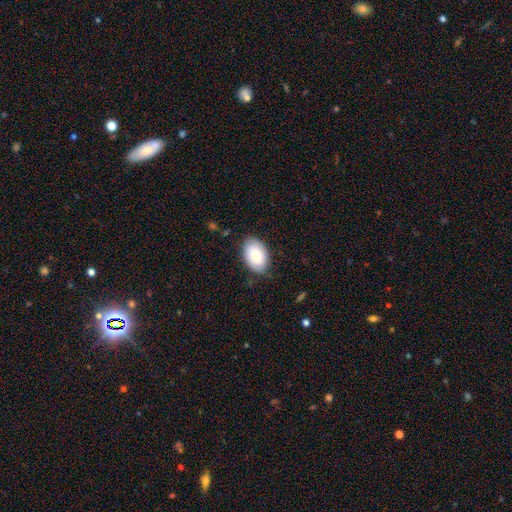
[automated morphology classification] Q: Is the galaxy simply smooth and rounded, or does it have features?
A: smooth — 77%.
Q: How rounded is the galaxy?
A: in between — 91%.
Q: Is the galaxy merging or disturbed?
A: none — 82%.